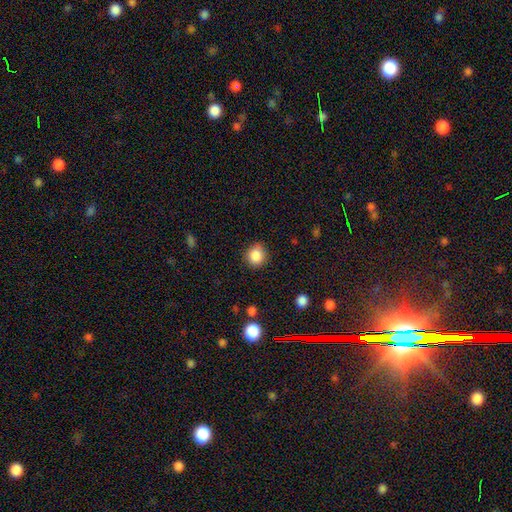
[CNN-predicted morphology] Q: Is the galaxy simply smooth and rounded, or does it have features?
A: smooth — 86%.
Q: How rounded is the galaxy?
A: round — 86%.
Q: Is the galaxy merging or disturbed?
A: none — 85%.